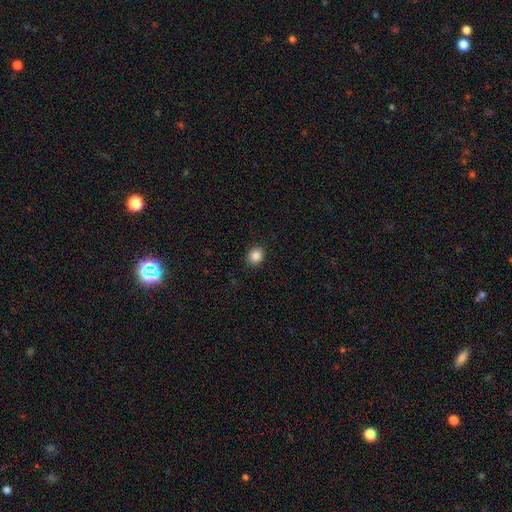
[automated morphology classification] A smooth galaxy with no disk features (87%) that is round (69%).

Vote fractions:
- Smooth or featured? smooth: 87% / star or artifact: 10% / featured or disk: 3%
- How rounded? round: 69% / in between: 30% / cigar-shaped: 1%
- Merging? none: 90% / minor disturbance: 7% / major disturbance: 2% / merger: 1%